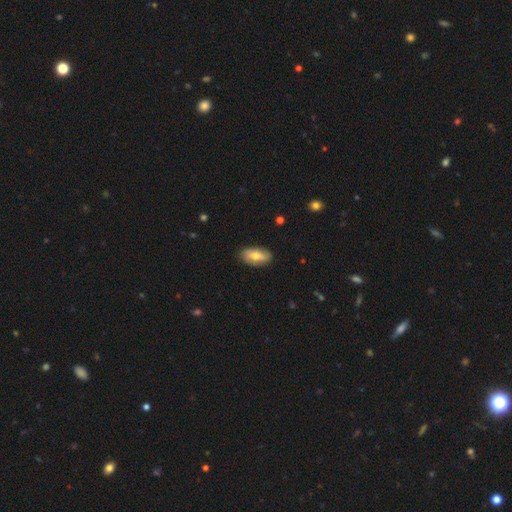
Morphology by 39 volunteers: Smooth or featured: smooth — 49% (featured or disk — 44%)
How rounded: in between — 95% (round — 5%)
Merging: none — 94% (minor disturbance — 6%)